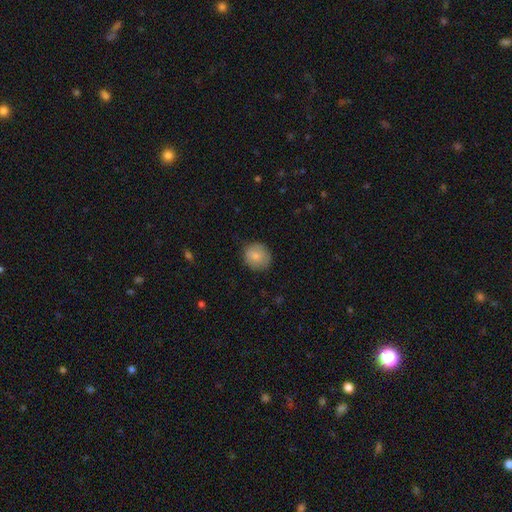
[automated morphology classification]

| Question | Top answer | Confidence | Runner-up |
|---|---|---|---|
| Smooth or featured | smooth | 82% | featured or disk (10%) |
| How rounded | round | 78% | in between (22%) |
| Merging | none | 80% | minor disturbance (15%) |